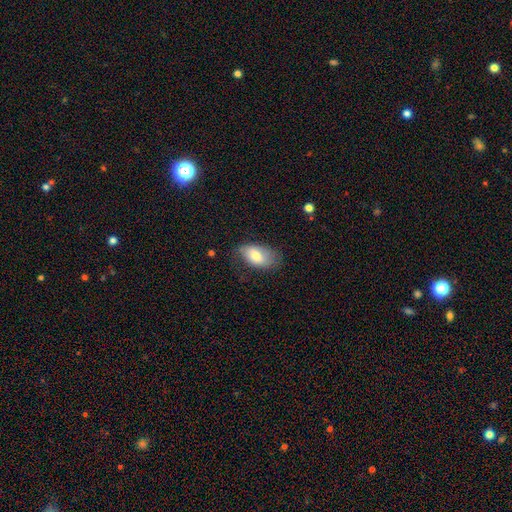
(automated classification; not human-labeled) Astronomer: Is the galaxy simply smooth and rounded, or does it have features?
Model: smooth — 75%.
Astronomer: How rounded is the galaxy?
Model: in between — 93%.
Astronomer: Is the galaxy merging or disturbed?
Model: none — 63%.